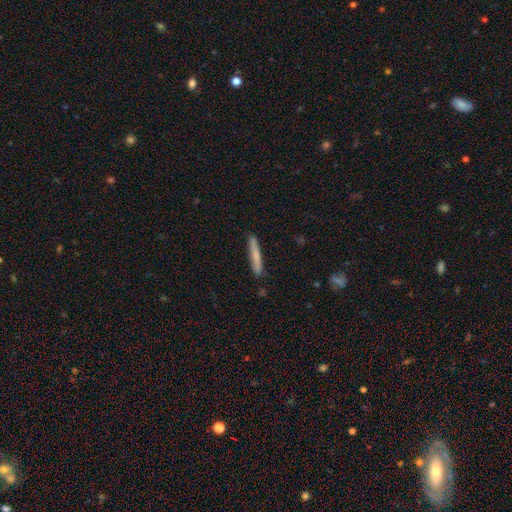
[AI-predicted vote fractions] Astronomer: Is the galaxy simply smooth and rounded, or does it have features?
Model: smooth — 69%.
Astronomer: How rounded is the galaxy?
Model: cigar-shaped — 95%.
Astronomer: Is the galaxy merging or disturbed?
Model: none — 88%.